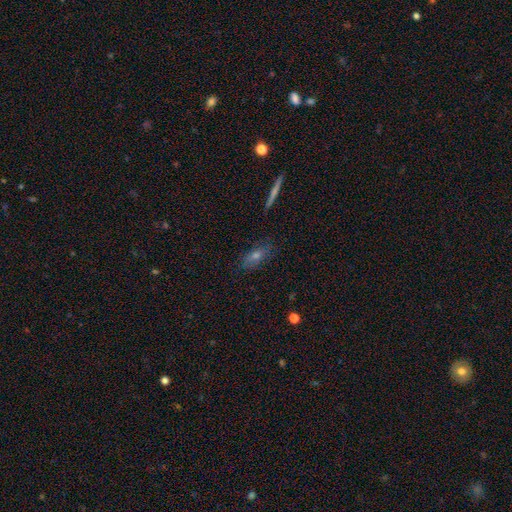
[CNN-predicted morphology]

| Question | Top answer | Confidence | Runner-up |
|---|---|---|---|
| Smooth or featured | smooth | 52% | featured or disk (33%) |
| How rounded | in between | 70% | cigar-shaped (22%) |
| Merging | none | 80% | minor disturbance (15%) |